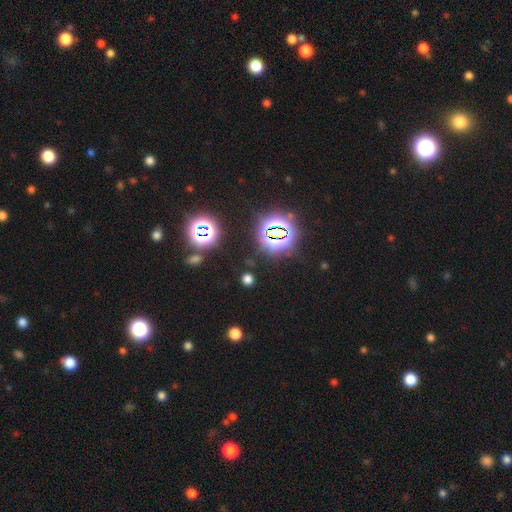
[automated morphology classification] smooth_or_featured: star or artifact (p=0.80) [alt: smooth p=0.14]